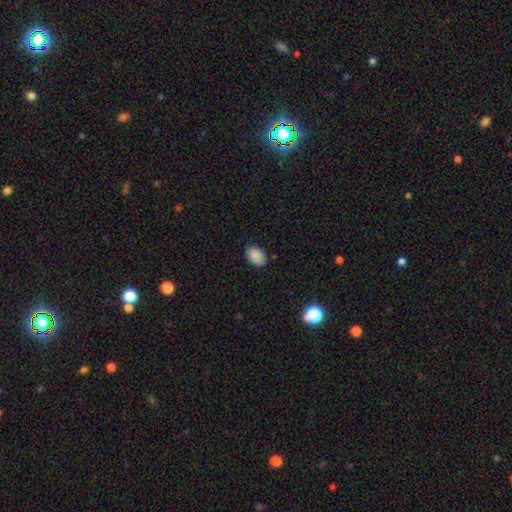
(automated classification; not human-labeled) smooth-or-featured: smooth: 88% | star or artifact: 8% | featured or disk: 3%
  how-rounded: in between: 88% | round: 11% | cigar-shaped: 1%
  merging: none: 86% | minor disturbance: 11% | major disturbance: 2% | merger: 1%